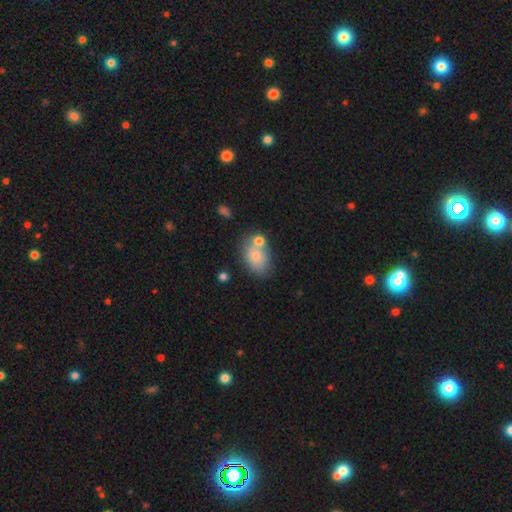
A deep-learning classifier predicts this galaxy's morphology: smooth 75%, featured or disk 16%, star or artifact 9%. Down the decision tree: how rounded — in between (78%); merging — none (50%).